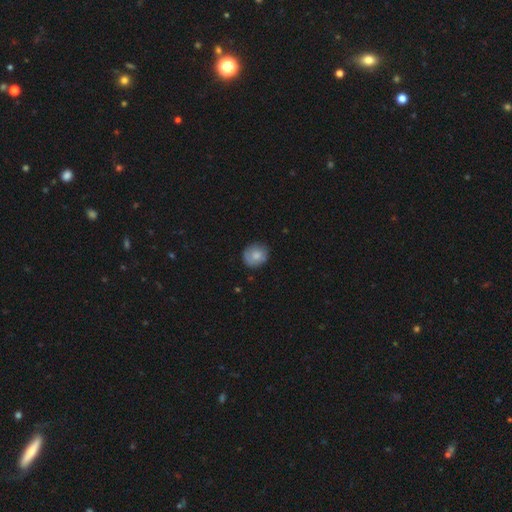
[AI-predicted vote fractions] Q: Smooth or featured?
A: smooth (76%); runner-up: featured or disk (16%)
Q: How rounded?
A: round (81%); runner-up: in between (18%)
Q: Merging?
A: none (77%); runner-up: minor disturbance (18%)